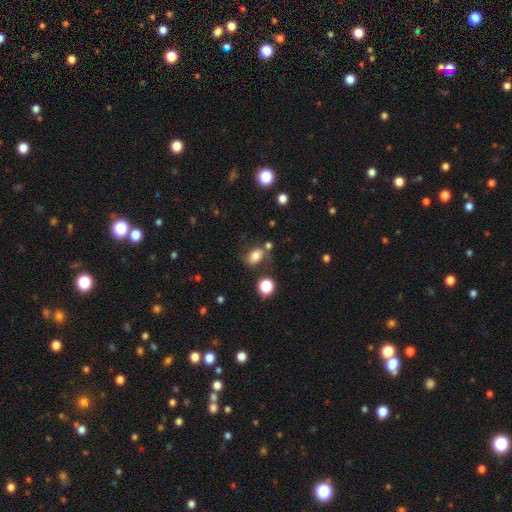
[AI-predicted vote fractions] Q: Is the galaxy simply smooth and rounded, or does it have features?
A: smooth — 67%.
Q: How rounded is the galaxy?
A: in between — 69%.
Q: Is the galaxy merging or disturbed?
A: none — 56%.